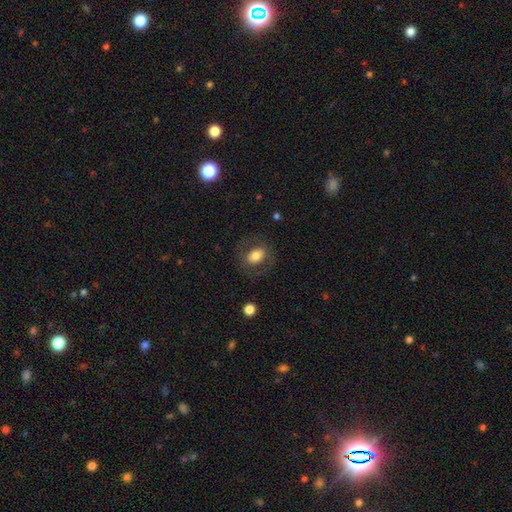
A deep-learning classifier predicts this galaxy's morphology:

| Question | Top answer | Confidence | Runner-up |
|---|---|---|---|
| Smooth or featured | smooth | 70% | featured or disk (22%) |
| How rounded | in between | 66% | round (33%) |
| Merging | none | 76% | minor disturbance (13%) |